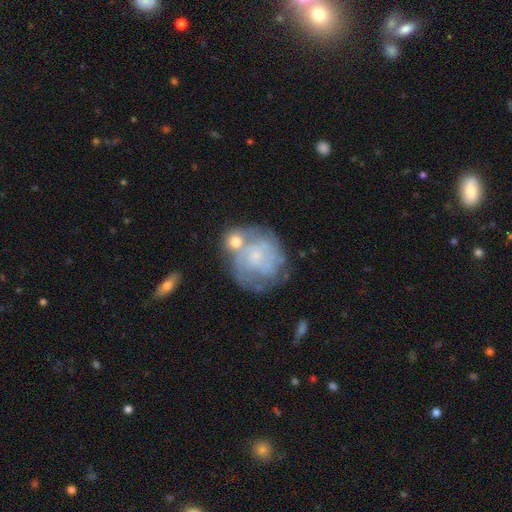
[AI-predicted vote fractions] smooth-or-featured: featured or disk: 62% | smooth: 29% | star or artifact: 9%
  disk-edge-on: no: 97% | yes: 3%
    bar: no: 80% | weak: 17% | strong: 3%
    has-spiral-arms: yes: 64% | no: 36%
    bulge-size: small: 68% | moderate: 16% | none: 13% | large: 2% | dominant: 1%
  merging: none: 51% | minor disturbance: 19% | merger: 19% | major disturbance: 11%